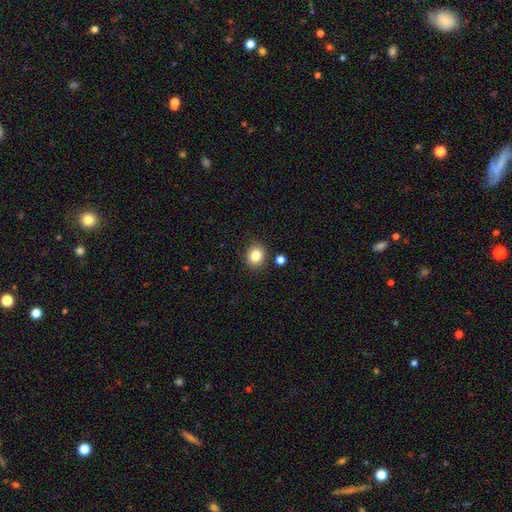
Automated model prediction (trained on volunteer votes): Q: Smooth or featured?
A: smooth (83%); runner-up: star or artifact (10%)
Q: How rounded?
A: round (63%); runner-up: in between (36%)
Q: Merging?
A: none (85%); runner-up: minor disturbance (9%)